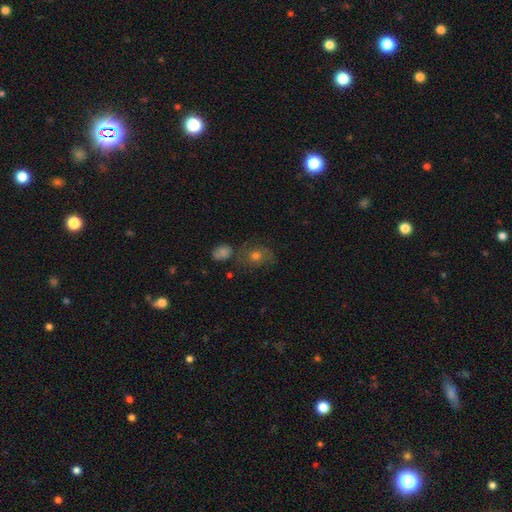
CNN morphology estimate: Smooth or featured?
  - smooth: 36% *
  - featured or disk: 33%
  - star or artifact: 31%
Merging?
  - none: 65% *
  - minor disturbance: 15%
  - merger: 11%
  - major disturbance: 8%